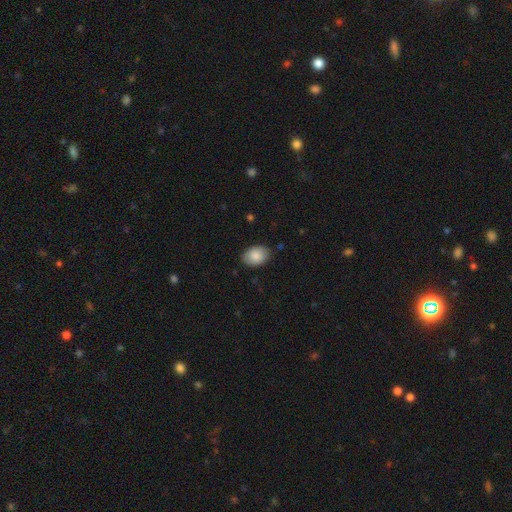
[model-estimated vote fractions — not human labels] Smooth or featured: smooth — 87% (star or artifact — 6%)
How rounded: in between — 81% (round — 18%)
Merging: none — 84% (minor disturbance — 12%)